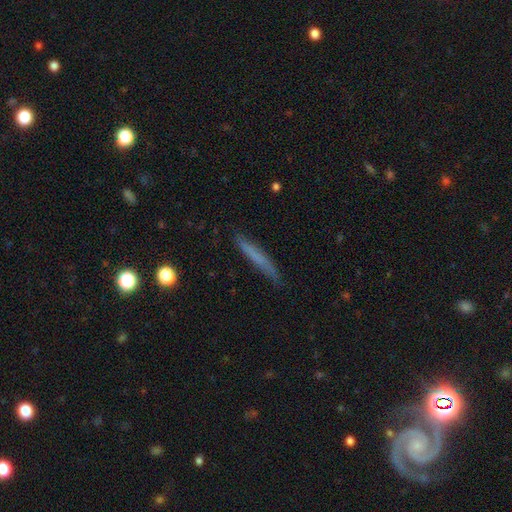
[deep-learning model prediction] Q: Smooth or featured?
A: smooth (60%); runner-up: featured or disk (32%)
Q: How rounded?
A: cigar-shaped (95%); runner-up: in between (3%)
Q: Merging?
A: none (83%); runner-up: minor disturbance (12%)